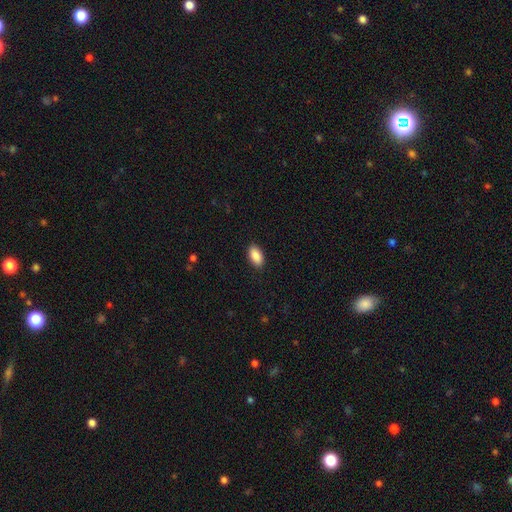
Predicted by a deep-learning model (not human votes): A smooth galaxy with no disk features (89%) that is in between round and cigar-shaped (94%).

Vote fractions:
- Smooth or featured? smooth: 89% / star or artifact: 7% / featured or disk: 4%
- How rounded? in between: 94% / round: 3% / cigar-shaped: 3%
- Merging? none: 89% / minor disturbance: 8% / major disturbance: 2% / merger: 1%